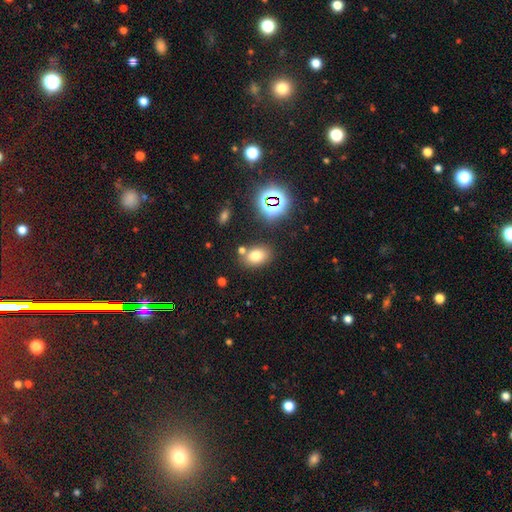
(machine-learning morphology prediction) smooth_or_featured: smooth (p=0.73) [alt: star or artifact p=0.17]
how_rounded: in between (p=0.75) [alt: round p=0.24]
merging: none (p=0.73) [alt: minor disturbance p=0.12]